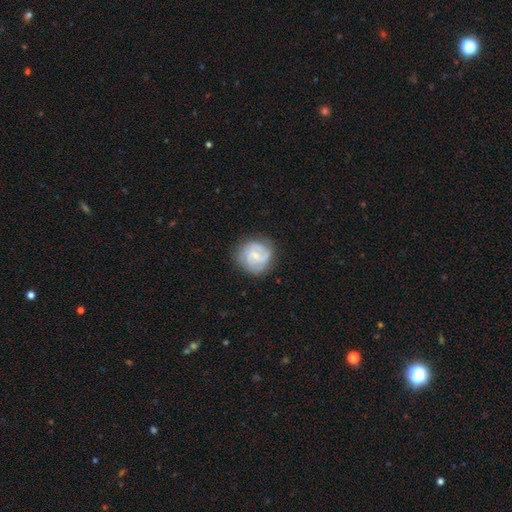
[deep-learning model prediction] Smooth or featured? Predicted: featured or disk (p=0.65). Edge-on disk? Predicted: no (p=0.98). Bar? Predicted: no (p=0.47). Spiral arms? Predicted: yes (p=0.89). Spiral winding? Predicted: tight (p=0.49). Spiral arm count? Predicted: 2 (p=0.39). Bulge size? Predicted: small (p=0.64). Merging? Predicted: none (p=0.76).